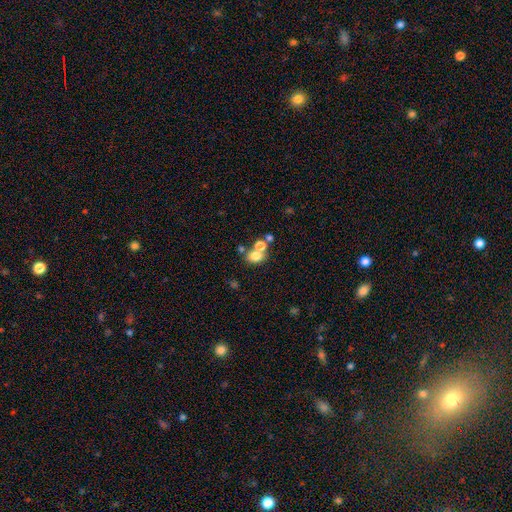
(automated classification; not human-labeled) The model was most divided on "merging": none: 45%, merger: 39%, minor disturbance: 10%, major disturbance: 5%. More confident: smooth or featured — smooth (74%); how rounded — in between (62%).